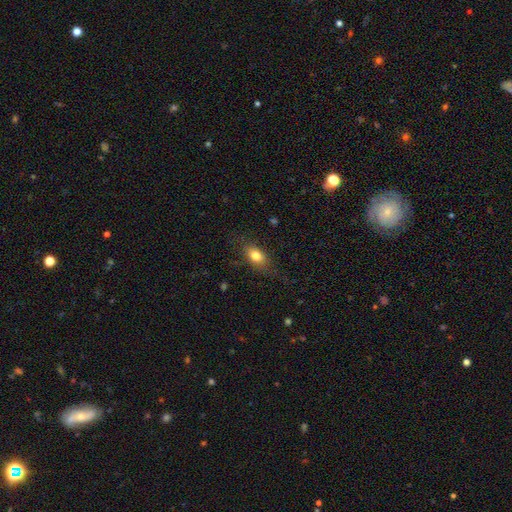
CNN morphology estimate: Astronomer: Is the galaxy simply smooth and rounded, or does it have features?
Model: smooth — 77%.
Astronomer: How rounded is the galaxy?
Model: in between — 78%.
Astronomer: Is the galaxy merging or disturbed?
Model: none — 75%.